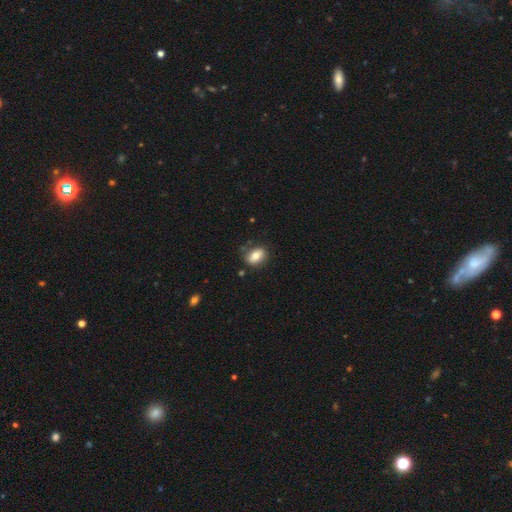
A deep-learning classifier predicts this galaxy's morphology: This appears to be a smooth galaxy with no disk features (74%) that is in between round and cigar-shaped (75%). Merging: none (77%).